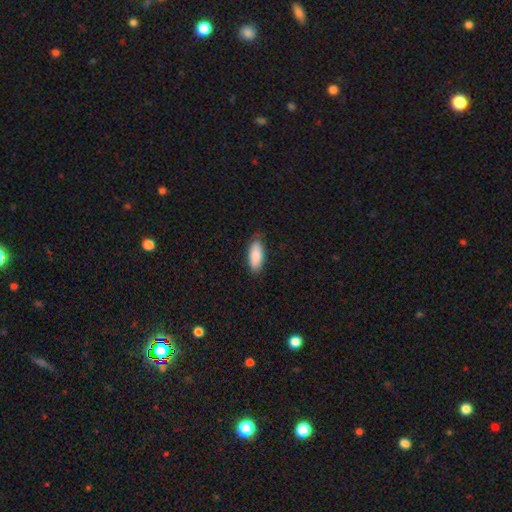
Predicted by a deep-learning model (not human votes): A smooth galaxy with no disk features (87%) that is in between round and cigar-shaped (81%). Merging: none (81%).